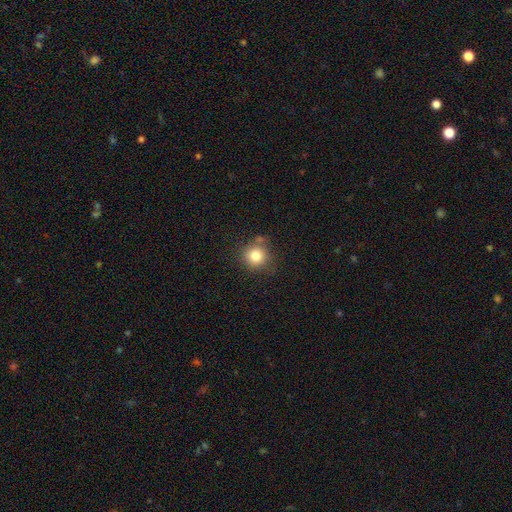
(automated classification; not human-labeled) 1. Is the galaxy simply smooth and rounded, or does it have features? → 82% smooth, 11% star or artifact, 7% featured or disk.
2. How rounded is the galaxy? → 90% round, 10% in between, 1% cigar-shaped.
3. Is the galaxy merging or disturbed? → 69% none, 16% minor disturbance, 10% merger, 4% major disturbance.